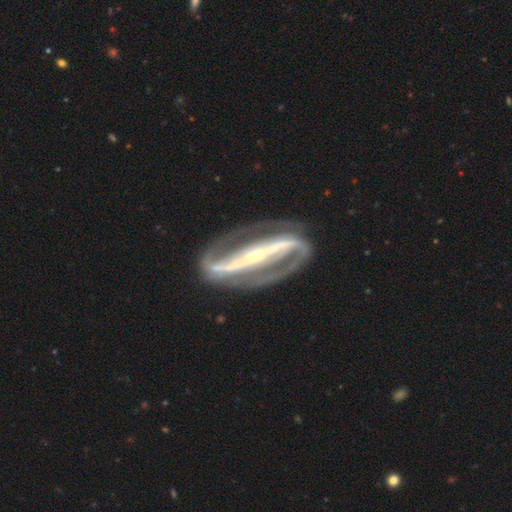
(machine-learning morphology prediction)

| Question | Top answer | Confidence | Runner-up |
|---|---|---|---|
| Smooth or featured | featured or disk | 92% | star or artifact (4%) |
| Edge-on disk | no | 89% | yes (11%) |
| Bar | strong | 86% | weak (8%) |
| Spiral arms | yes | 94% | no (6%) |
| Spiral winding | medium | 45% | tight (35%) |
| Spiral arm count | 2 | 93% | can't tell (2%) |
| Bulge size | small | 71% | moderate (23%) |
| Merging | none | 82% | minor disturbance (11%) |